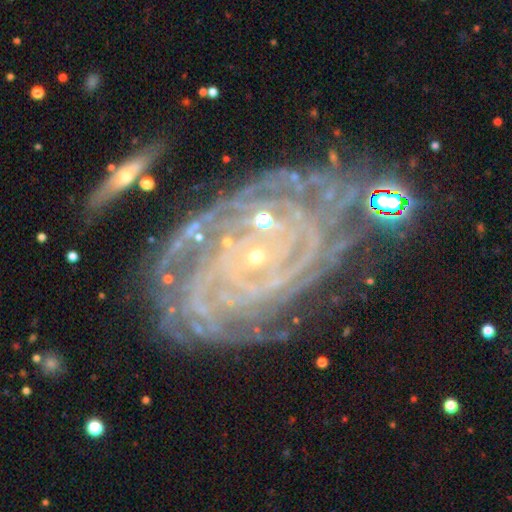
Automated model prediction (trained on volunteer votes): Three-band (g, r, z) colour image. It shows a featured or disk galaxy (89%) with no bar (71%), more than 4 (30%) tight (87%) spiral arms (98%) and a small central bulge (88%). Merging: none (70%).